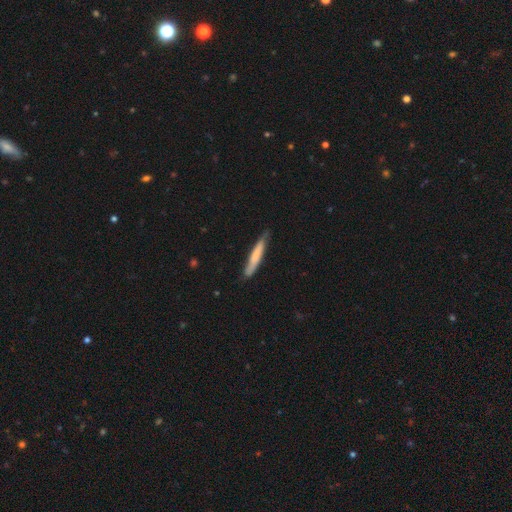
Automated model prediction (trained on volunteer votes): A smooth galaxy with no disk features (66%) that is cigar-shaped (93%).

Vote fractions:
- Smooth or featured? smooth: 66% / featured or disk: 29% / star or artifact: 5%
- How rounded? cigar-shaped: 93% / in between: 5% / round: 1%
- Merging? none: 74% / minor disturbance: 21% / major disturbance: 3% / merger: 2%